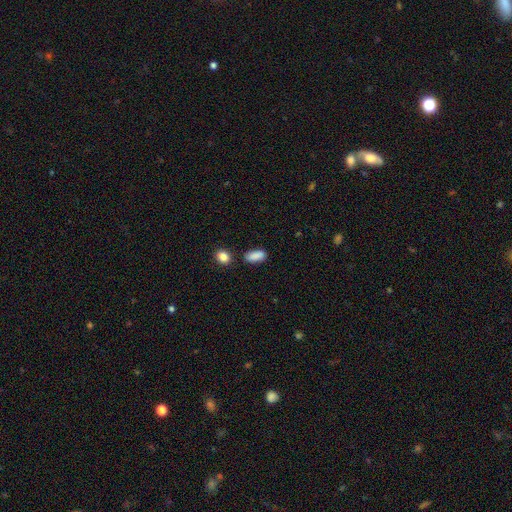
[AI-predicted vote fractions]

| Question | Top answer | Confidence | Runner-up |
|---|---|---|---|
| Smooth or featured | smooth | 88% | star or artifact (7%) |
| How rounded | in between | 86% | cigar-shaped (9%) |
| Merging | none | 82% | minor disturbance (11%) |